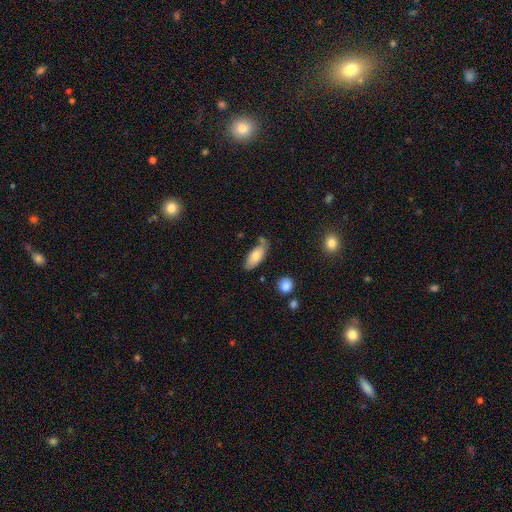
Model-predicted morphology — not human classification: smooth 75%, featured or disk 19%, star or artifact 7%. Down the decision tree: how rounded — in between (84%); merging — none (59%).